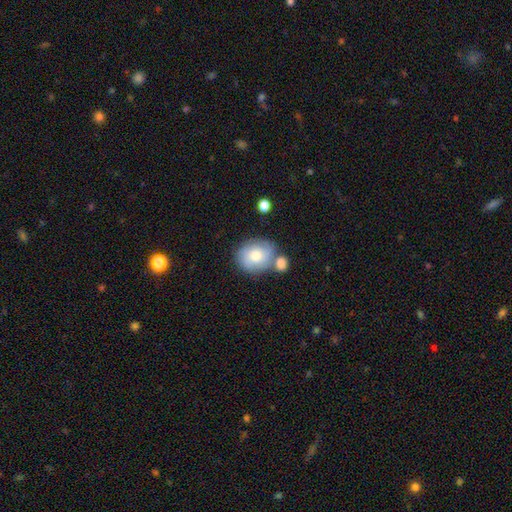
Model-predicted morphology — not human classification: This appears to be a smooth galaxy with no disk features (64%) that is round (60%). Merging: none (54%).